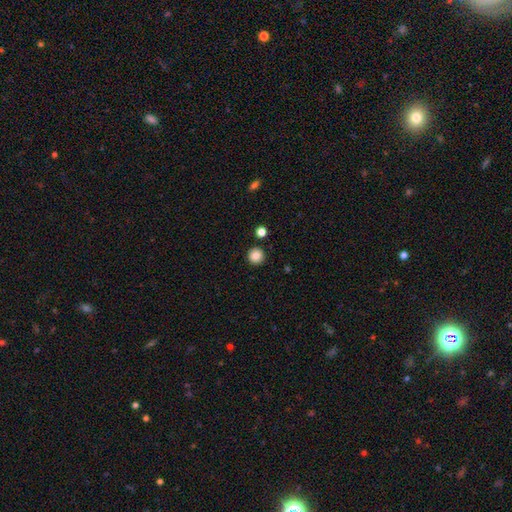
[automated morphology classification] Smooth or featured? Predicted: smooth (p=0.87). How rounded? Predicted: round (p=0.95). Merging? Predicted: none (p=0.91).